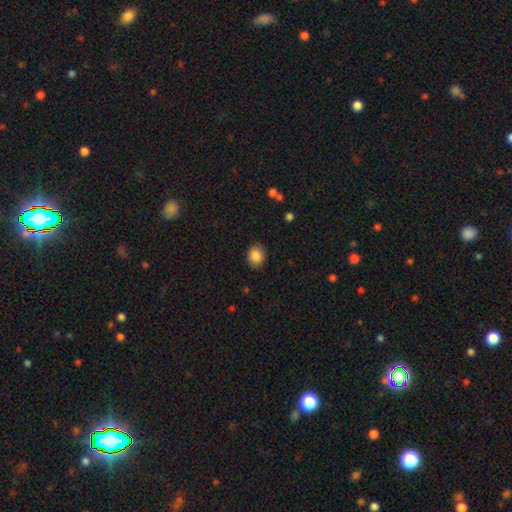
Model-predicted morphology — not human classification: Smooth or featured: smooth — 87% (star or artifact — 9%)
How rounded: round — 67% (in between — 32%)
Merging: none — 89% (minor disturbance — 8%)